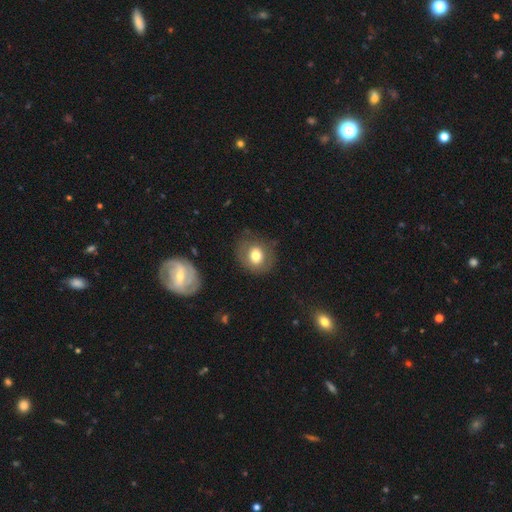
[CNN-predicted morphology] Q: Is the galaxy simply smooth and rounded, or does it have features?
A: smooth — 69%.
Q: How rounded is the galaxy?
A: round — 70%.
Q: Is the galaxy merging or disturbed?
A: none — 74%.